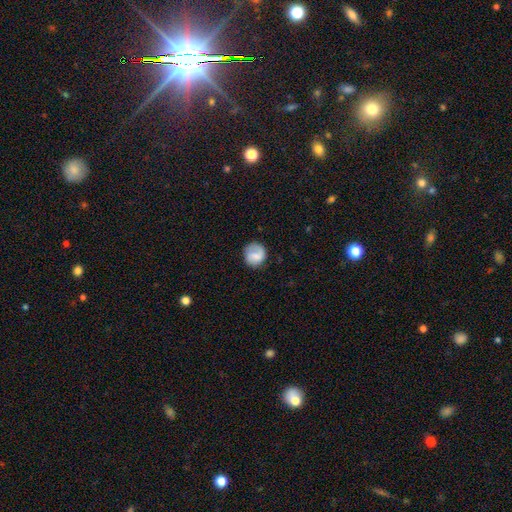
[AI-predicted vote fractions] Smooth or featured? smooth (61%)
How rounded? round (86%)
Merging? none (72%)